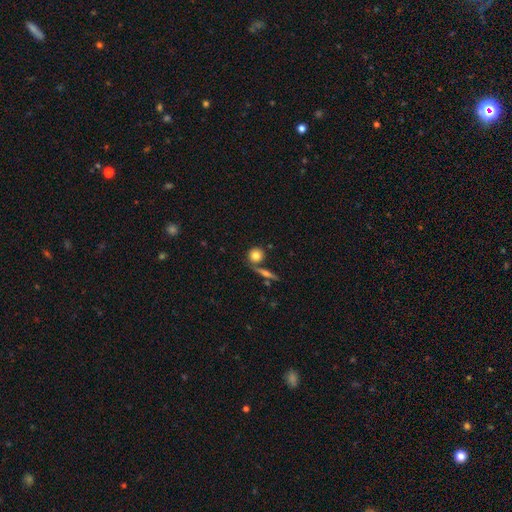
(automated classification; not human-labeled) smooth_or_featured: smooth (p=0.79) [alt: featured or disk p=0.12]
how_rounded: round (p=0.87) [alt: in between p=0.10]
merging: none (p=0.71) [alt: merger p=0.16]